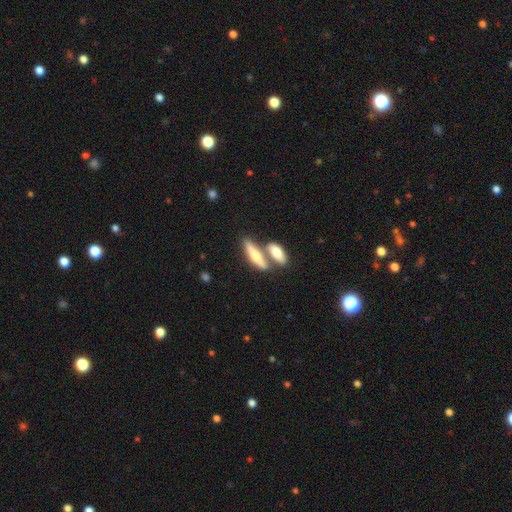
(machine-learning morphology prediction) This is possibly a smooth galaxy (54%). How rounded: possibly cigar-shaped (57%). Merging: possibly none (47%).